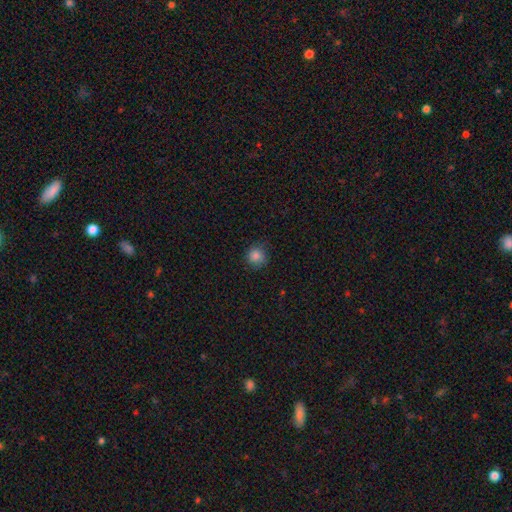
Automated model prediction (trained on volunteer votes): Overall: smooth (84%). How rounded: round (90%). Merging: none (82%).